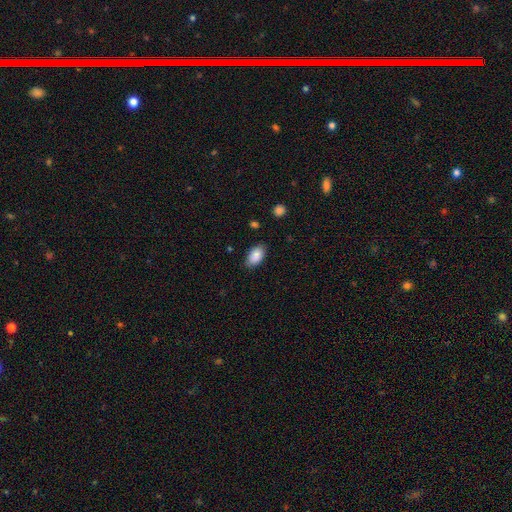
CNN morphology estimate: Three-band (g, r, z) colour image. It shows a smooth galaxy with no disk features (89%) that is in between round and cigar-shaped (94%). Merging: none (83%).